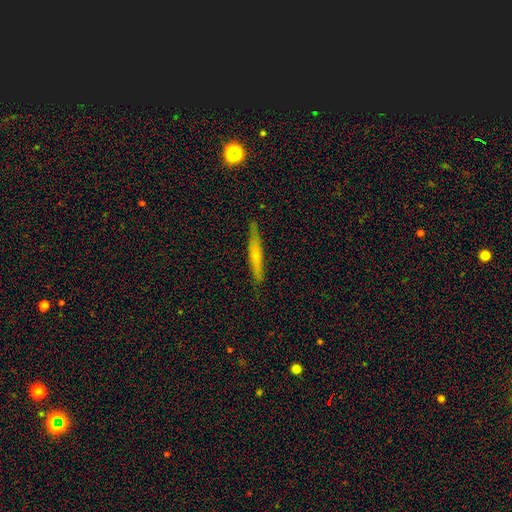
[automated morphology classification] featured or disk 49%, smooth 44%, star or artifact 7%. Down the decision tree: merging — none (87%).